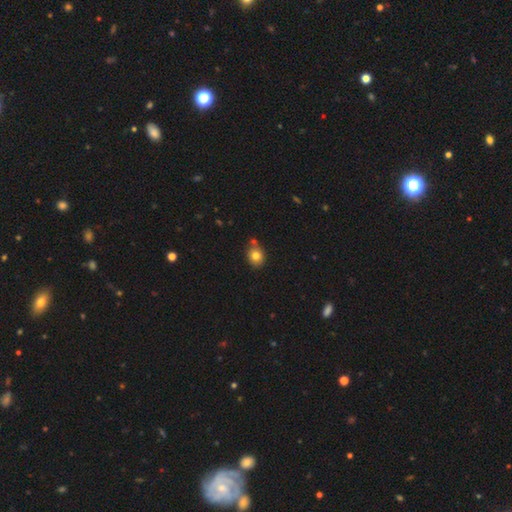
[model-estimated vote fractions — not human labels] Smooth or featured? smooth (80%)
How rounded? round (61%)
Merging? none (72%)